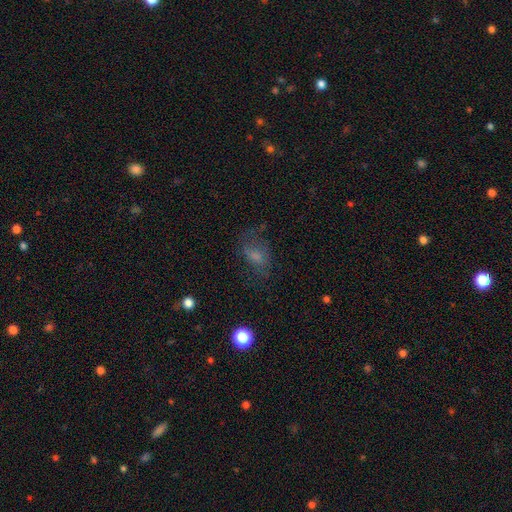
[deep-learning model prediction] This appears to be a smooth galaxy with no disk features (50%) that is in between round and cigar-shaped (74%). Merging: none (55%).